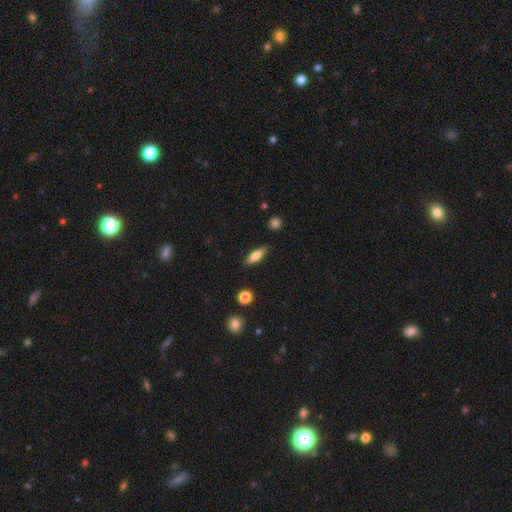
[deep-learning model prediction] Smooth or featured? Predicted: smooth (p=0.68). How rounded? Predicted: in between (p=0.55). Merging? Predicted: none (p=0.86).